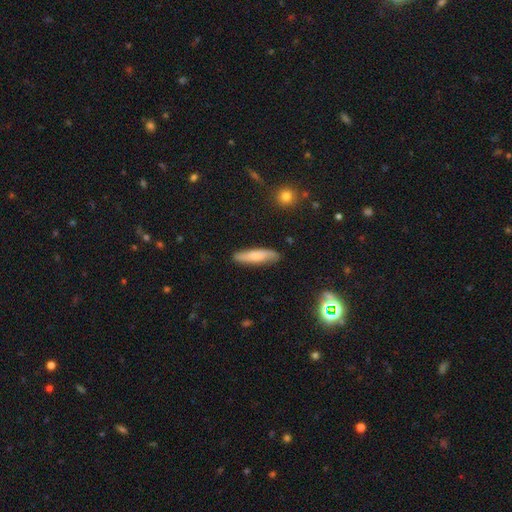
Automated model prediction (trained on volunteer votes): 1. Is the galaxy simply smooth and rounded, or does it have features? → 70% smooth, 23% featured or disk, 7% star or artifact.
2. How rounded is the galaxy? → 74% cigar-shaped, 24% in between, 2% round.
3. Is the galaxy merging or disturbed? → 83% none, 13% minor disturbance, 2% major disturbance, 1% merger.